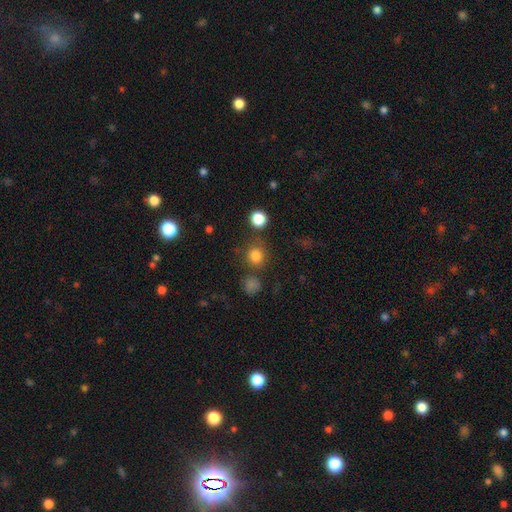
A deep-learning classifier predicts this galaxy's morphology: A smooth galaxy with no disk features (80%) that is round (88%).

Vote fractions:
- Smooth or featured? smooth: 80% / star or artifact: 15% / featured or disk: 5%
- How rounded? round: 88% / in between: 11% / cigar-shaped: 1%
- Merging? none: 76% / minor disturbance: 10% / merger: 10% / major disturbance: 4%